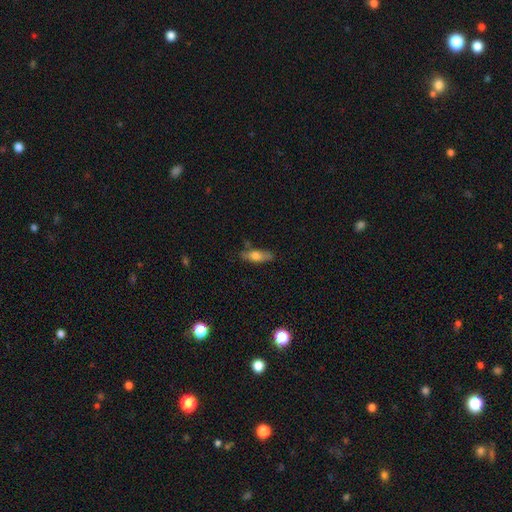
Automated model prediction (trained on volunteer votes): Overall: smooth (64%; featured or disk 29%). How rounded: in between (55%; cigar-shaped 42%). Merging: none (74%).